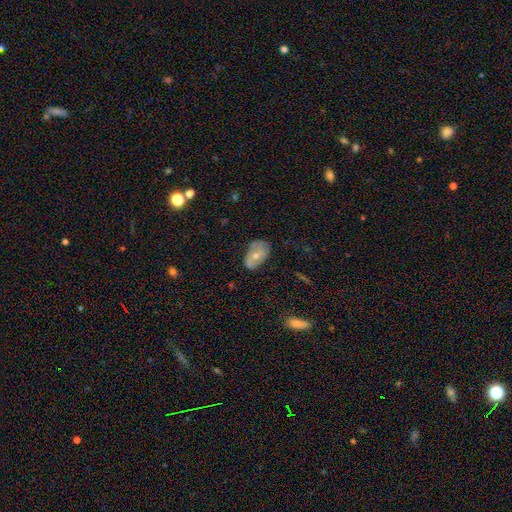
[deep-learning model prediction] This appears to be a smooth galaxy with no disk features (54%) that is in between round and cigar-shaped (90%). Merging: none (58%).